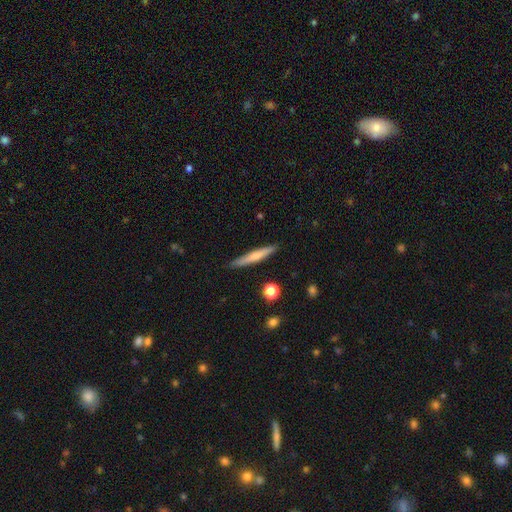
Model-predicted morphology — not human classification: smooth_or_featured: smooth (p=0.58) [alt: featured or disk p=0.36]
how_rounded: cigar-shaped (p=0.94) [alt: in between p=0.05]
merging: none (p=0.89) [alt: minor disturbance p=0.08]